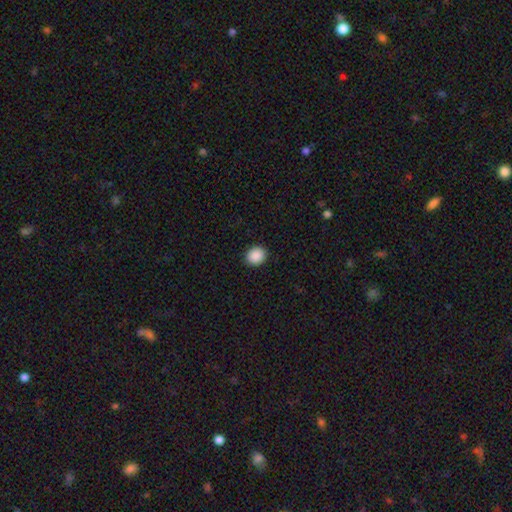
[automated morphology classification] Smooth or featured? smooth (90%)
How rounded? round (66%)
Merging? none (92%)